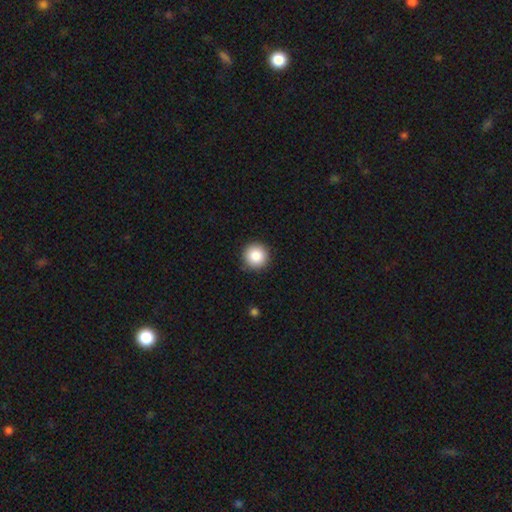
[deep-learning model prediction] Overall: smooth (87%). How rounded: round (96%). Merging: none (91%).